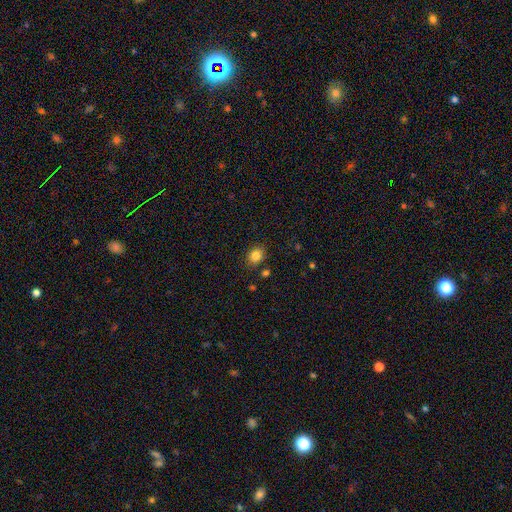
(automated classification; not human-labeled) Smooth or featured? Predicted: smooth (p=0.83). How rounded? Predicted: in between (p=0.50). Merging? Predicted: none (p=0.83).